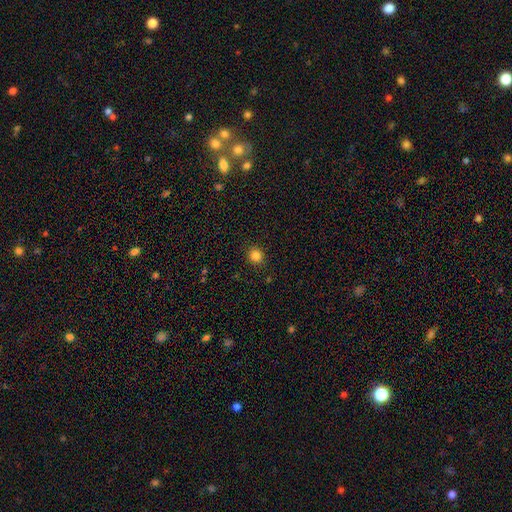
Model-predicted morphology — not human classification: smooth-or-featured: smooth: 83% | star or artifact: 13% | featured or disk: 4%
  how-rounded: round: 84% | in between: 15% | cigar-shaped: 1%
  merging: none: 91% | minor disturbance: 6% | major disturbance: 2% | merger: 1%